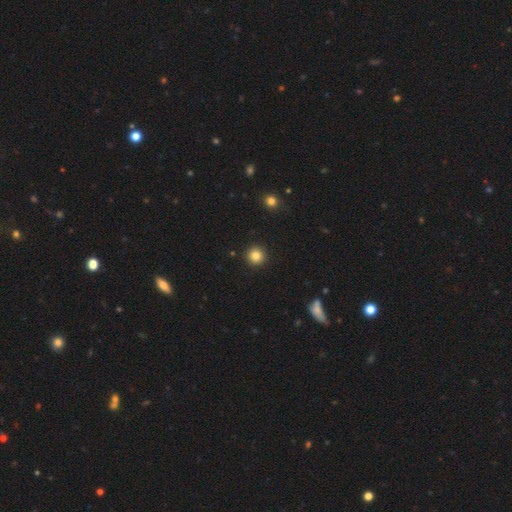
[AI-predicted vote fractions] A smooth galaxy with no disk features (83%) that is round (95%). Merging: none (93%).